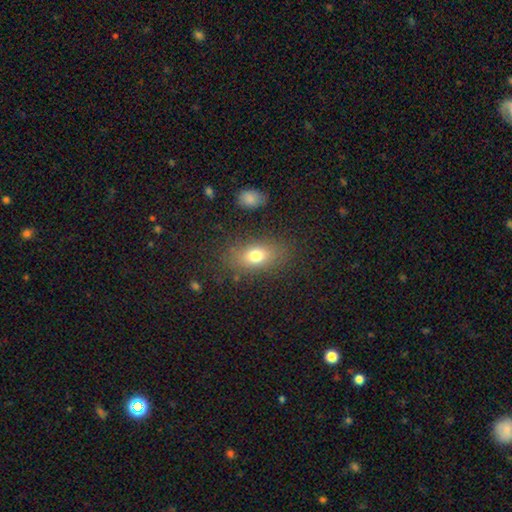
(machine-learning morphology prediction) This is likely a smooth galaxy (74%). How rounded: likely in between (79%). Merging: clearly none (80%).